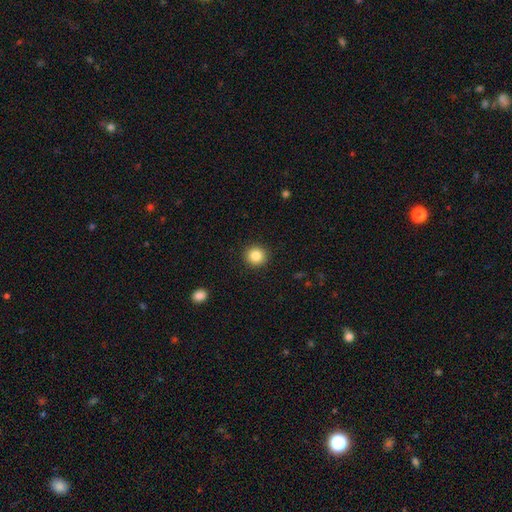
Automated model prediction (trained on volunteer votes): Smooth or featured: smooth — 85% (star or artifact — 10%)
How rounded: round — 93% (in between — 6%)
Merging: none — 92% (minor disturbance — 5%)